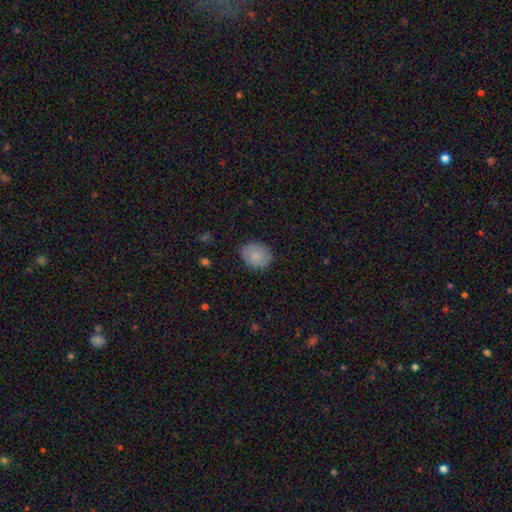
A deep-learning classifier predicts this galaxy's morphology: Overall: smooth (82%). How rounded: round (55%; in between 44%). Merging: none (79%).